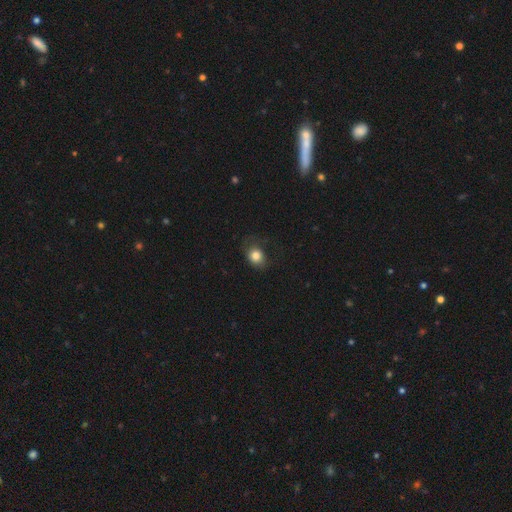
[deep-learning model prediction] This is clearly a smooth galaxy (81%). How rounded: possibly round (59%). Merging: possibly none (60%).